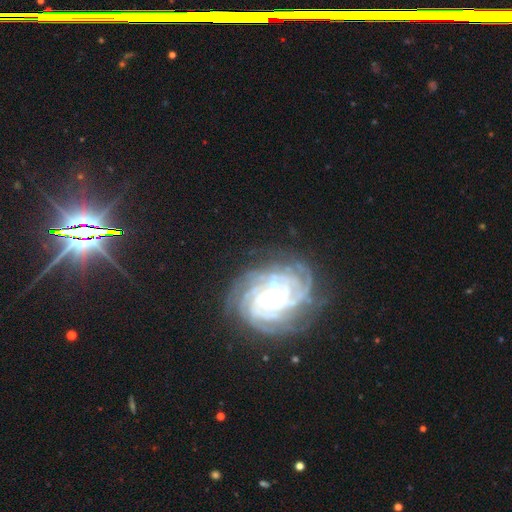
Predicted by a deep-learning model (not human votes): smooth-or-featured: featured or disk: 71% | star or artifact: 19% | smooth: 11%
  disk-edge-on: no: 96% | yes: 4%
    bar: no: 59% | weak: 30% | strong: 11%
    has-spiral-arms: yes: 95% | no: 5%
      spiral-winding: tight: 73% | medium: 22% | loose: 5%
      spiral-arm-count: can't tell: 32% | 3: 21% | 2: 16% | 4: 15% | more than 4: 9% | 1: 7%
    bulge-size: small: 50% | moderate: 44% | large: 4% | none: 2% | dominant: 1%
  merging: none: 77% | minor disturbance: 15% | major disturbance: 6% | merger: 2%